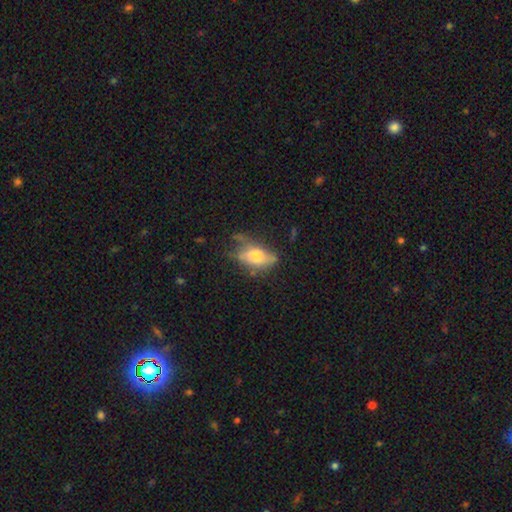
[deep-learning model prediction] This appears to be a smooth galaxy with no disk features (55%) that is in between round and cigar-shaped (87%). Merging: none (39%).